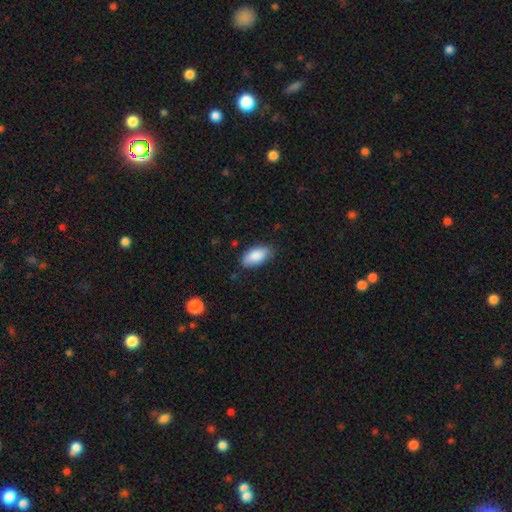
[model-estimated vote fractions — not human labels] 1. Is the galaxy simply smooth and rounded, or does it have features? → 87% smooth, 6% featured or disk, 6% star or artifact.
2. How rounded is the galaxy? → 92% in between, 5% cigar-shaped, 3% round.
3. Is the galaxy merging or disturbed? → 81% none, 15% minor disturbance, 3% major disturbance, 1% merger.